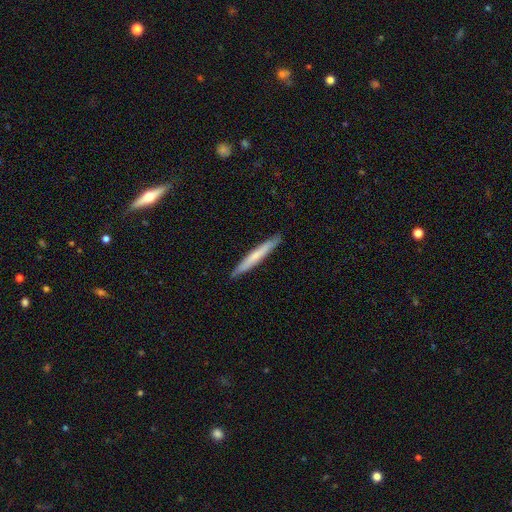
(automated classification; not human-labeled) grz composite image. It shows a smooth galaxy with no disk features (61%) that is cigar-shaped (96%). Merging: none (91%).